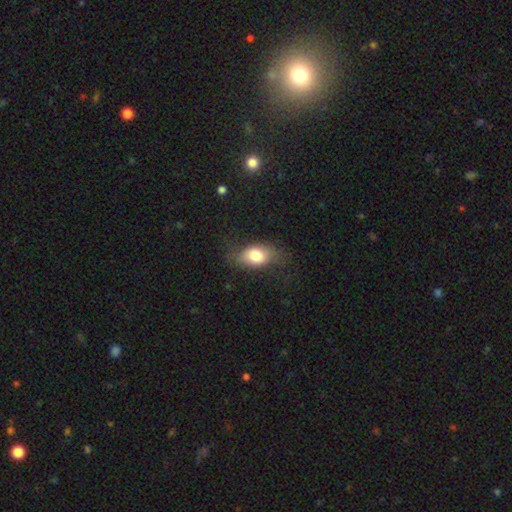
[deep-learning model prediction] Smooth or featured: smooth — 75% (featured or disk — 17%)
How rounded: in between — 83% (round — 14%)
Merging: none — 64% (minor disturbance — 23%)